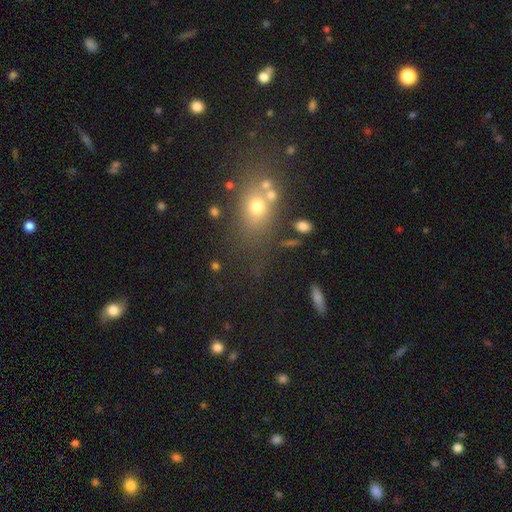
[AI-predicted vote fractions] This appears to be a smooth galaxy with no disk features (52%) that is in between round and cigar-shaped (49%). Merging: none (66%).